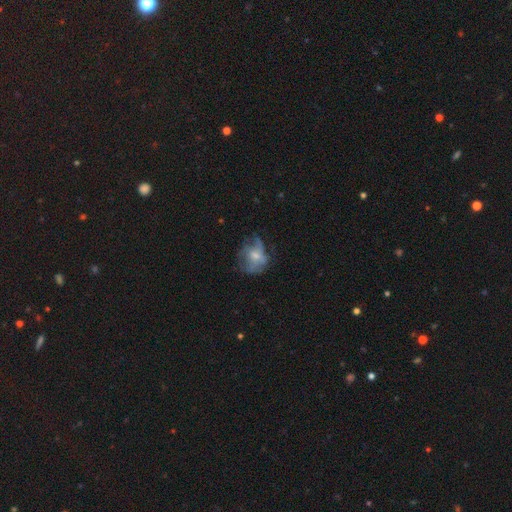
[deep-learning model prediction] featured or disk 50%, smooth 39%, star or artifact 11%. Down the decision tree: edge-on disk — no (97%); merging — none (45%).